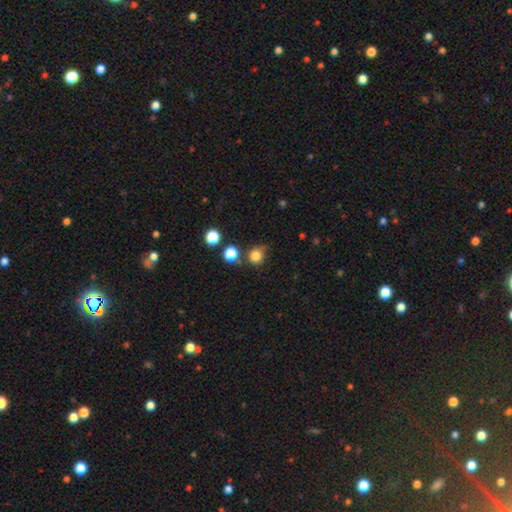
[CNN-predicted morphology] Smooth or featured? Predicted: smooth (p=0.82). How rounded? Predicted: round (p=0.90). Merging? Predicted: none (p=0.72).